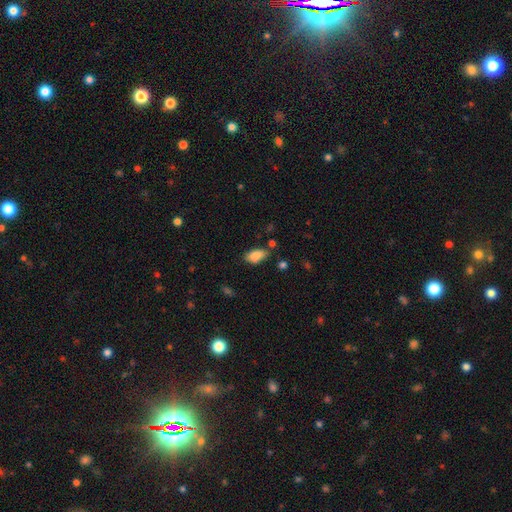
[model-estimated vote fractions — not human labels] smooth-or-featured: smooth: 86% | star or artifact: 8% | featured or disk: 6%
  how-rounded: in between: 91% | round: 5% | cigar-shaped: 4%
  merging: none: 65% | minor disturbance: 25% | major disturbance: 6% | merger: 4%